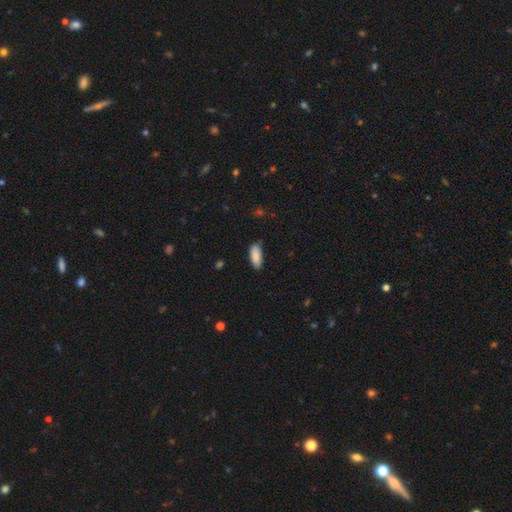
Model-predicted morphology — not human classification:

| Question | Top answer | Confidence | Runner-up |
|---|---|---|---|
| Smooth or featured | smooth | 89% | star or artifact (6%) |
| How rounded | in between | 82% | cigar-shaped (17%) |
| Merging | none | 78% | minor disturbance (18%) |